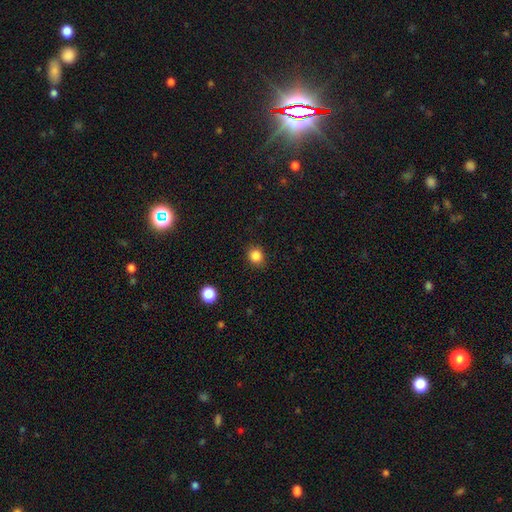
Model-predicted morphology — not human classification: Smooth or featured?
  - smooth: 85% *
  - star or artifact: 11%
  - featured or disk: 4%
How rounded?
  - round: 77% *
  - in between: 22%
  - cigar-shaped: 1%
Merging?
  - none: 87% *
  - minor disturbance: 9%
  - major disturbance: 2%
  - merger: 1%